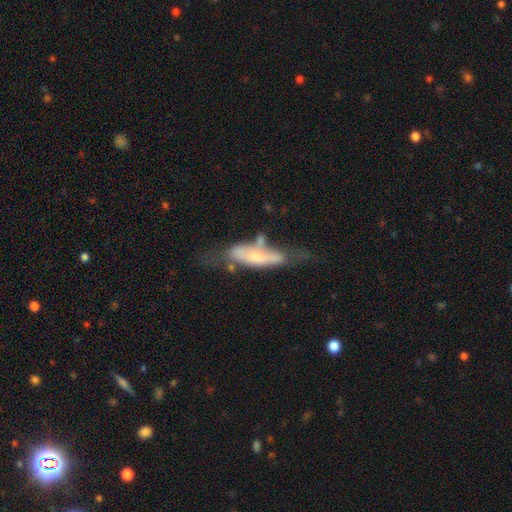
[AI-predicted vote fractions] Smooth or featured? Predicted: featured or disk (p=0.50). Merging? Predicted: none (p=0.33).